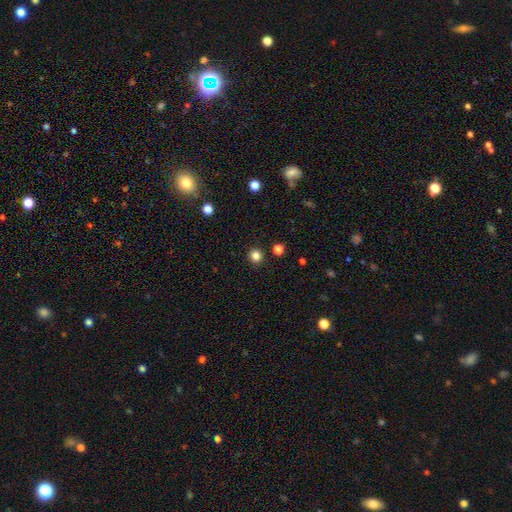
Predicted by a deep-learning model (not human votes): This is clearly a smooth galaxy (82%). How rounded: clearly round (95%). Merging: clearly none (92%).